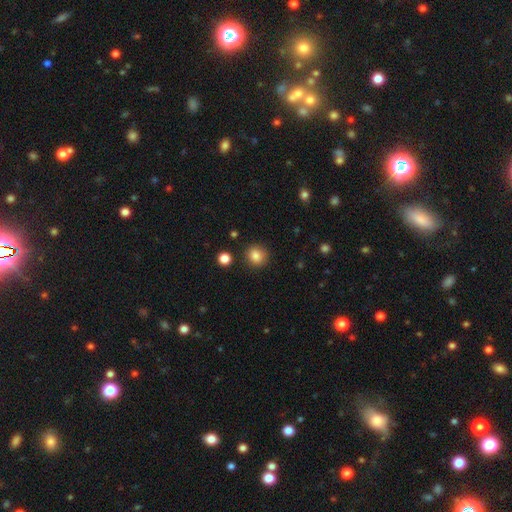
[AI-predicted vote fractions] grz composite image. It shows a smooth galaxy with no disk features (85%) that is round (83%). Merging: none (86%).